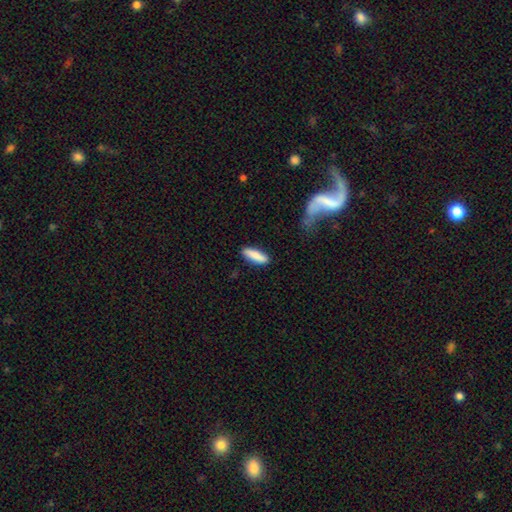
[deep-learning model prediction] This is clearly a smooth galaxy (86%). How rounded: possibly cigar-shaped (58%). Merging: clearly none (85%).